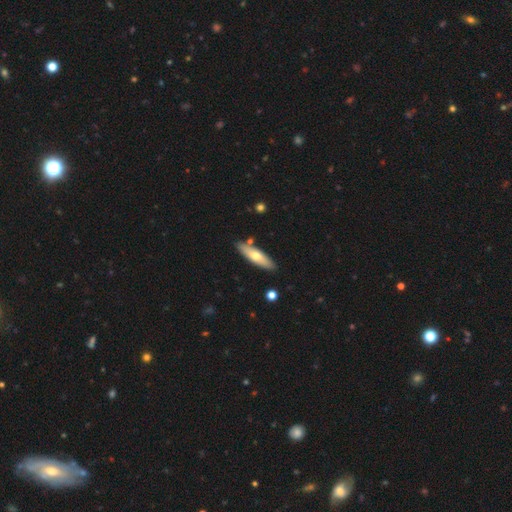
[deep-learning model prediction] A smooth galaxy with no disk features (57%) that is cigar-shaped (63%). Merging: none (85%).